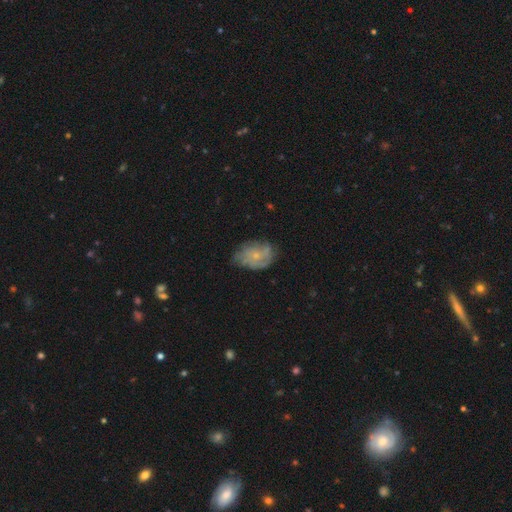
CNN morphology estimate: This is possibly a featured or disk galaxy (57%). It is clearly not viewed edge-on (97%). Bar: clearly no (84%). Spiral arm pattern: likely yes (70%). Central bulge: likely small (74%). Merging: possibly none (59%).